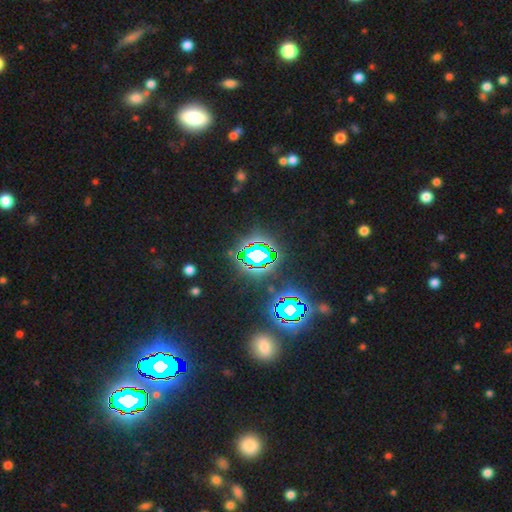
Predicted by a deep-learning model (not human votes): smooth-or-featured: star or artifact: 76% | smooth: 14% | featured or disk: 10%